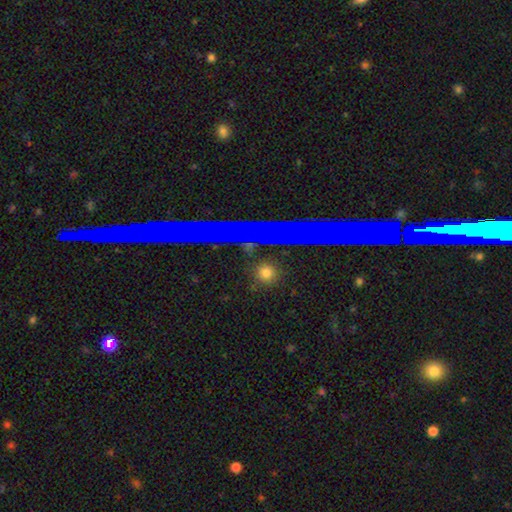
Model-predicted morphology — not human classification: Smooth or featured? Predicted: star or artifact (p=0.66).